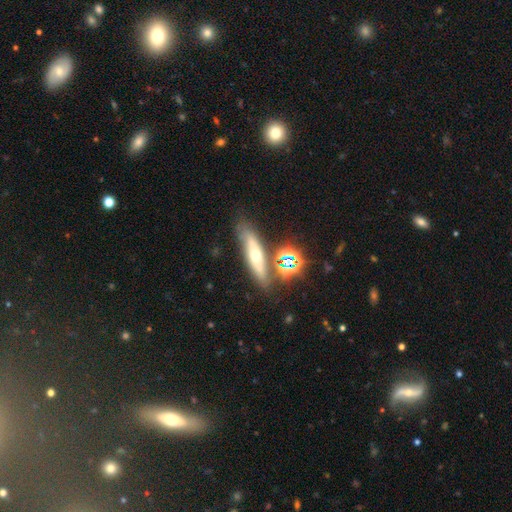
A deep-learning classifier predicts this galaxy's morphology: A featured or disk galaxy (44%).

Vote fractions:
- Smooth or featured? featured or disk: 44% / smooth: 39% / star or artifact: 17%
- Merging? none: 71% / minor disturbance: 15% / merger: 9% / major disturbance: 5%